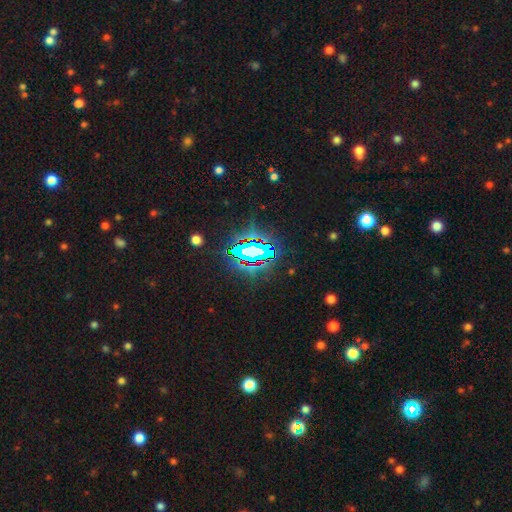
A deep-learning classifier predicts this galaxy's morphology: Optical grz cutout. It shows a star or artifact, not a galaxy (76%).